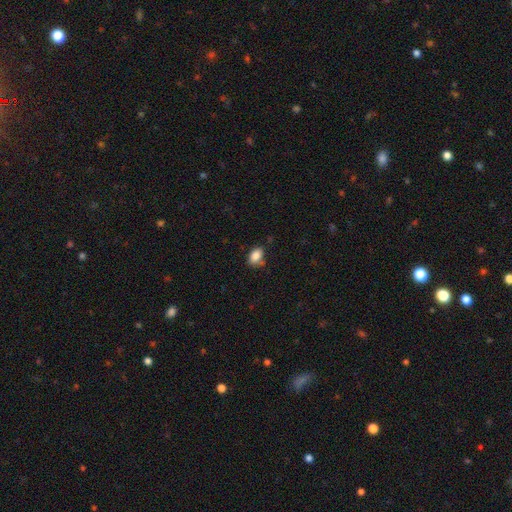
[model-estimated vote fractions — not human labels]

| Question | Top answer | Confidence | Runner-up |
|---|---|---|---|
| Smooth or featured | smooth | 86% | star or artifact (9%) |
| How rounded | in between | 86% | round (13%) |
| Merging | none | 71% | minor disturbance (20%) |